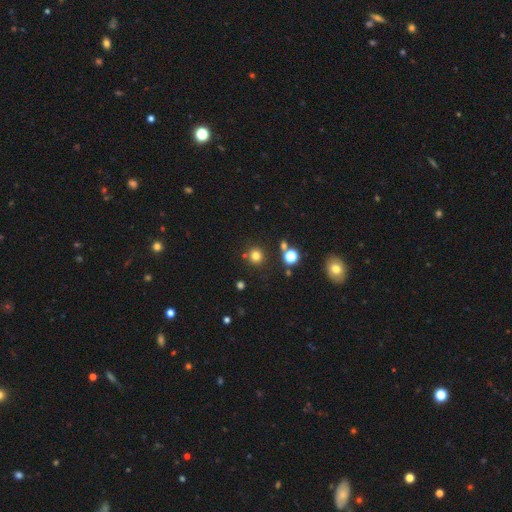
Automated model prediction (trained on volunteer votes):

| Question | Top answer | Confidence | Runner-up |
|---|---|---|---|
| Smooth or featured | smooth | 76% | star or artifact (18%) |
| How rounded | round | 92% | in between (7%) |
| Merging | none | 84% | minor disturbance (7%) |